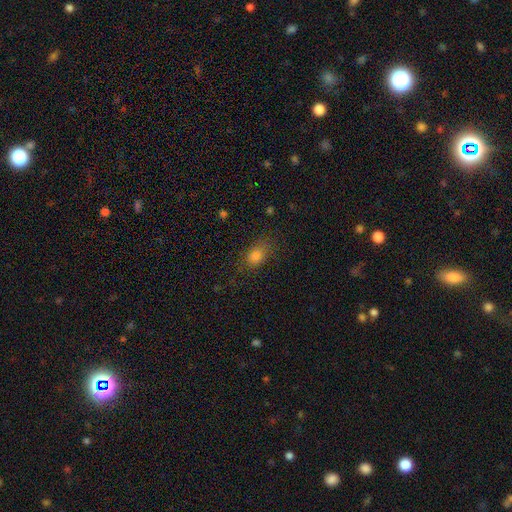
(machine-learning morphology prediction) This appears to be a smooth galaxy with no disk features (79%) that is in between round and cigar-shaped (69%). Merging: none (74%).